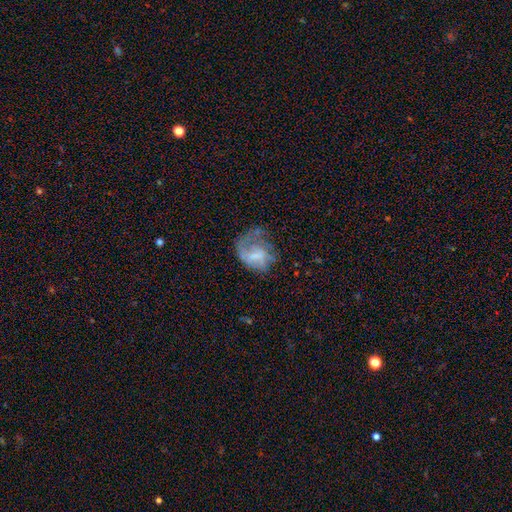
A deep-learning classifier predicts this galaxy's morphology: featured or disk 49%, smooth 40%, star or artifact 10%. Down the decision tree: merging — major disturbance (43%).